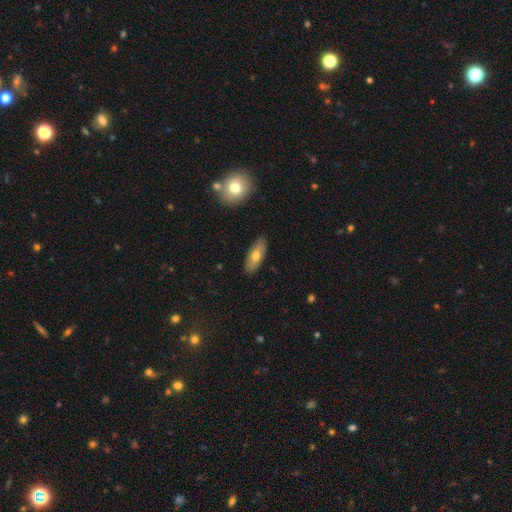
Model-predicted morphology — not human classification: The model was most divided on "smooth or featured": smooth: 65%, featured or disk: 29%, star or artifact: 6%. More confident: merging — none (88%); how rounded — in between (77%).